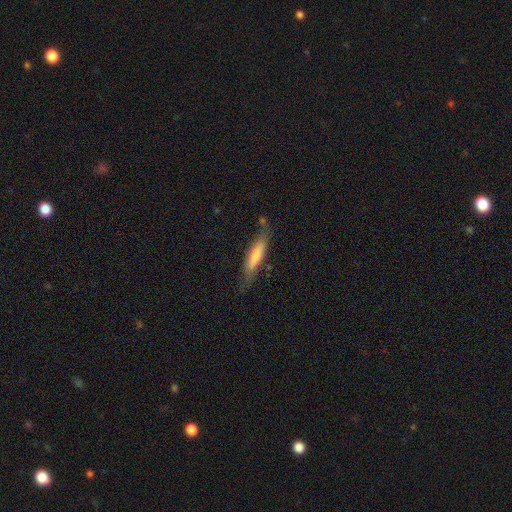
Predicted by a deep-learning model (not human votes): The model was most divided on "smooth or featured": smooth: 65%, featured or disk: 29%, star or artifact: 6%. More confident: how rounded — cigar-shaped (71%); merging — none (63%).